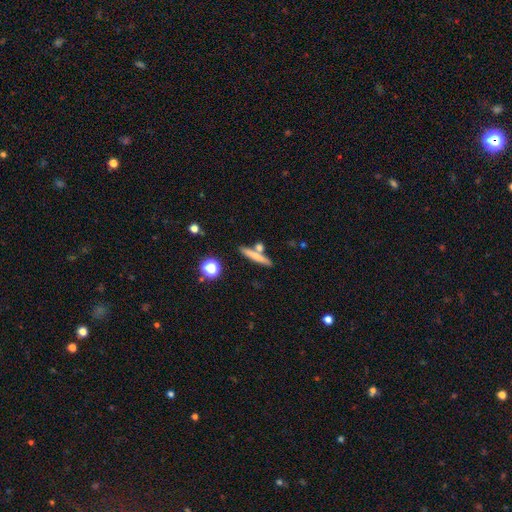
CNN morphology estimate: smooth 65%, featured or disk 27%, star or artifact 8%. Down the decision tree: how rounded — cigar-shaped (87%); merging — none (73%).